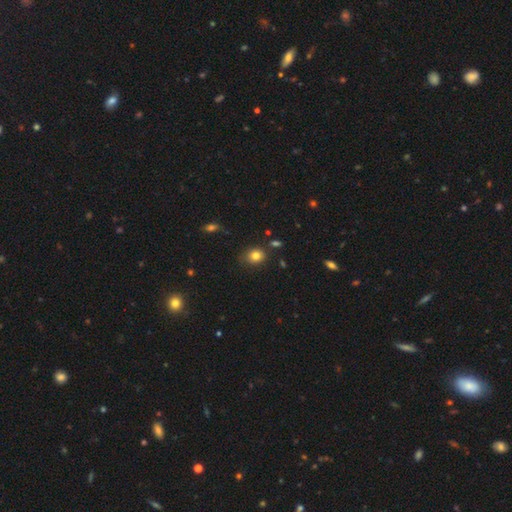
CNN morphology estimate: Smooth or featured: smooth — 81% (star or artifact — 12%)
How rounded: round — 58% (in between — 41%)
Merging: none — 78% (minor disturbance — 16%)